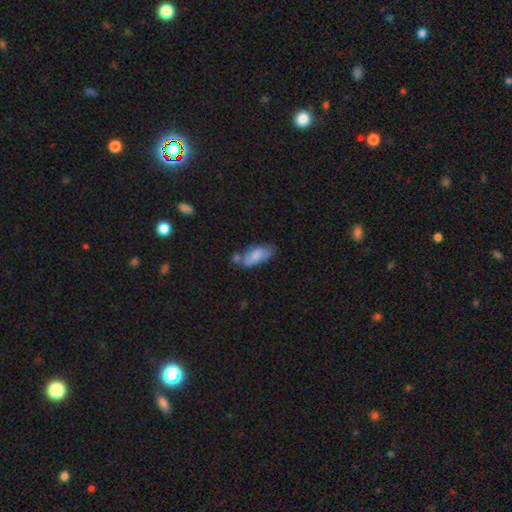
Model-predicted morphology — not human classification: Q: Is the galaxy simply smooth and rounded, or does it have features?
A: smooth — 72%.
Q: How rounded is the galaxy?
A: in between — 80%.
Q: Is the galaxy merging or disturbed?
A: none — 47%.